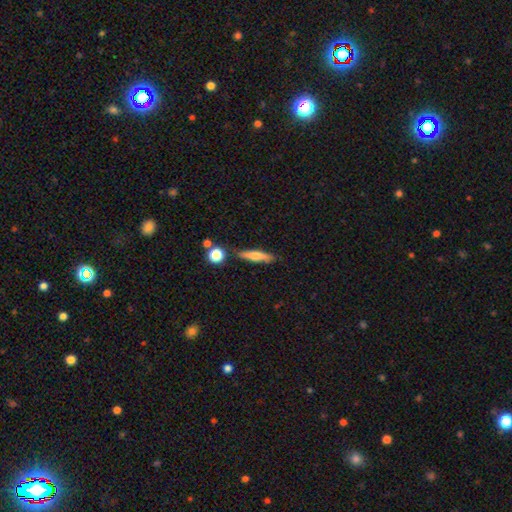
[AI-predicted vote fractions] A smooth galaxy with no disk features (57%) that is cigar-shaped (81%). Merging: none (81%).